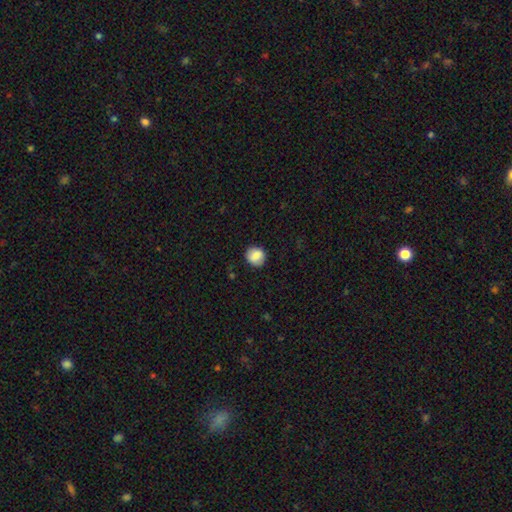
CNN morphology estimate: smooth_or_featured: smooth (p=0.85) [alt: star or artifact p=0.08]
how_rounded: round (p=0.85) [alt: in between p=0.14]
merging: none (p=0.84) [alt: minor disturbance p=0.12]